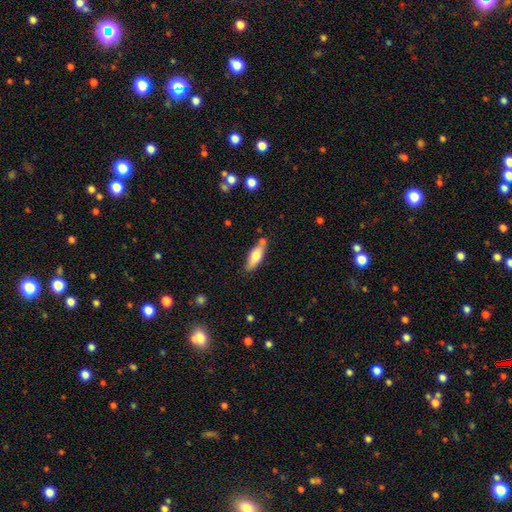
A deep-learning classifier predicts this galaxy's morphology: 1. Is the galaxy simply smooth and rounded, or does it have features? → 68% smooth, 26% featured or disk, 6% star or artifact.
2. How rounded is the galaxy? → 59% in between, 39% cigar-shaped, 2% round.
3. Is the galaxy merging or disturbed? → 72% none, 17% minor disturbance, 8% merger, 3% major disturbance.